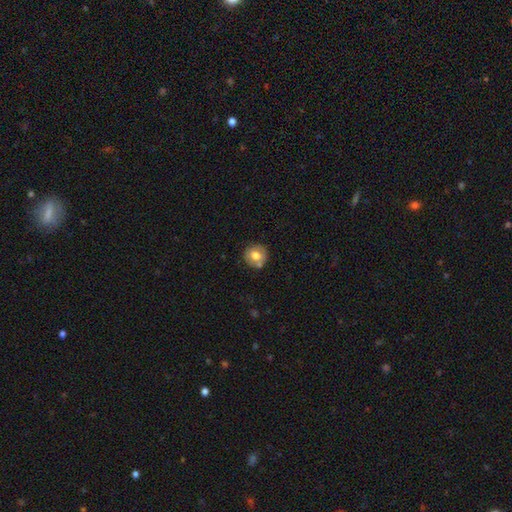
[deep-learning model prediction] smooth-or-featured: smooth: 69% | featured or disk: 23% | star or artifact: 9%
  how-rounded: round: 87% | in between: 12% | cigar-shaped: 1%
  merging: none: 73% | minor disturbance: 14% | merger: 10% | major disturbance: 3%